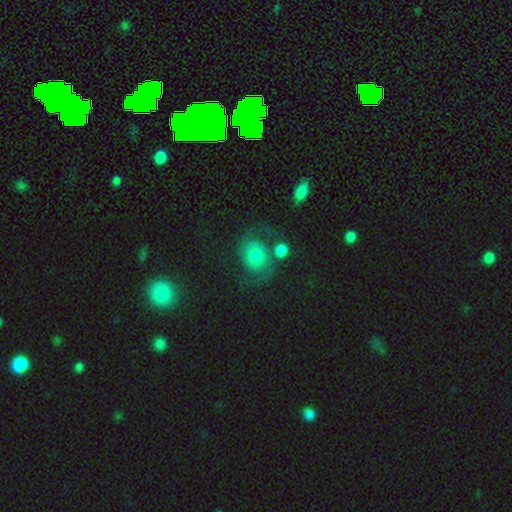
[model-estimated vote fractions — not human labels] smooth_or_featured: featured or disk (p=0.62) [alt: smooth p=0.26]
disk_edge_on: no (p=0.98) [alt: yes p=0.02]
bar: no (p=0.77) [alt: weak p=0.20]
has_spiral_arms: yes (p=0.88) [alt: no p=0.12]
spiral_winding: medium (p=0.48) [alt: loose p=0.27]
spiral_arm_count: 2 (p=0.89) [alt: can't tell p=0.05]
bulge_size: moderate (p=0.58) [alt: small p=0.19]
merging: none (p=0.57) [alt: minor disturbance p=0.17]